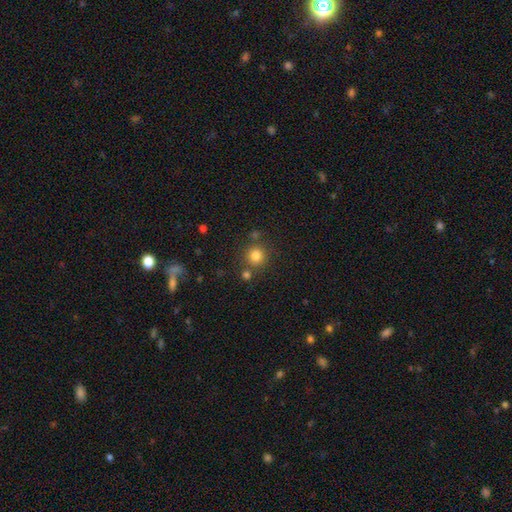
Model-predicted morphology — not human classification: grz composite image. It shows a smooth galaxy with no disk features (82%) that is round (92%). Merging: none (77%).